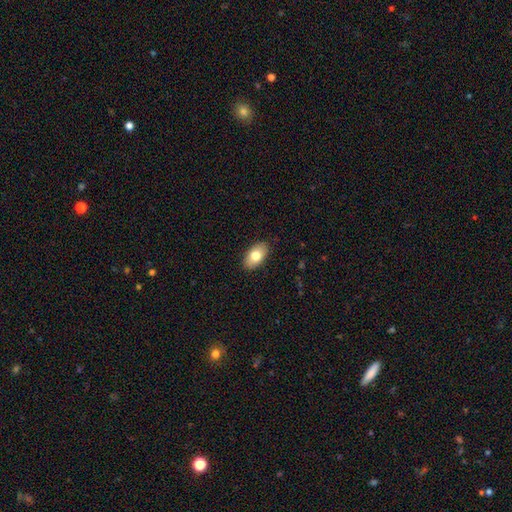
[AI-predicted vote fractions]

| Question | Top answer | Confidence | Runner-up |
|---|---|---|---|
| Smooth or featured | smooth | 77% | featured or disk (17%) |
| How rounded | in between | 93% | round (5%) |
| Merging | none | 88% | minor disturbance (9%) |